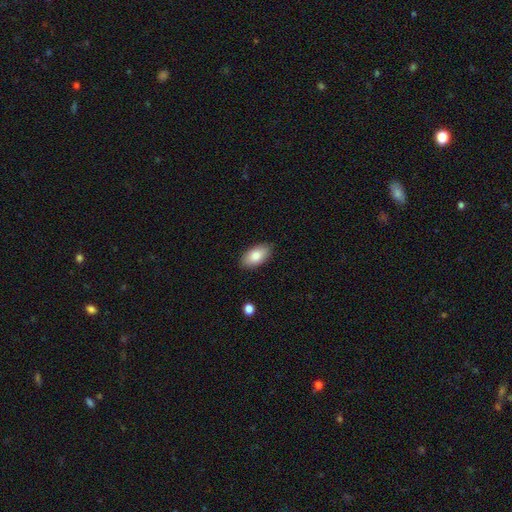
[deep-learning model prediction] Morphology: type=smooth (83%); roundness=in between (94%); merging=none (87%).